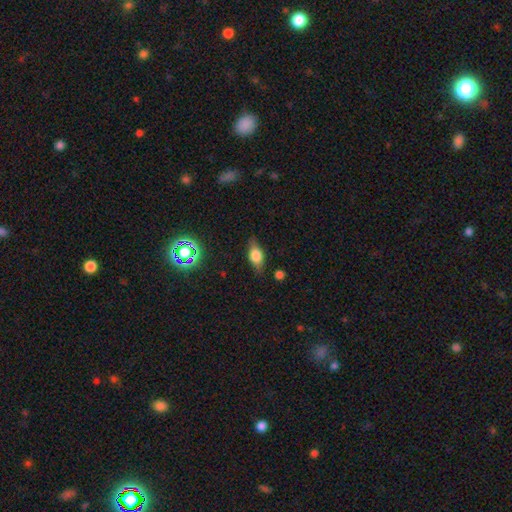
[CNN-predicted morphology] A smooth galaxy with no disk features (53%) that is in between round and cigar-shaped (73%). Merging: none (79%).